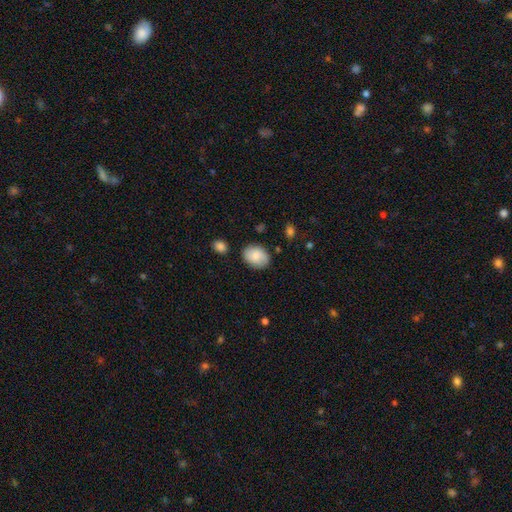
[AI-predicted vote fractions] smooth_or_featured: smooth (p=0.74) [alt: featured or disk p=0.18]
how_rounded: in between (p=0.63) [alt: round p=0.36]
merging: none (p=0.77) [alt: minor disturbance p=0.16]